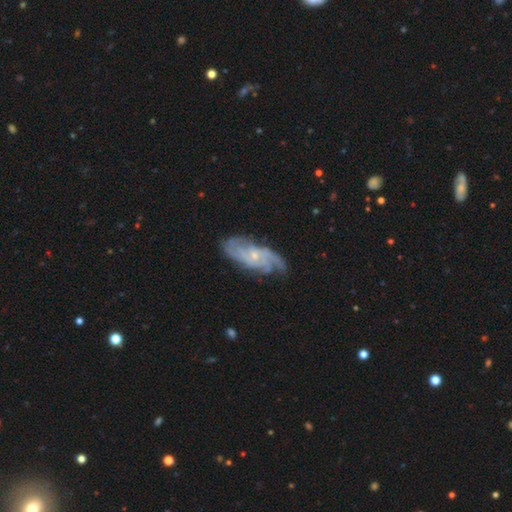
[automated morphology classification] Smooth or featured: featured or disk — 83% (smooth — 11%)
Edge-on disk: no — 92% (yes — 8%)
Bar: no — 68% (weak — 27%)
Spiral arms: yes — 95% (no — 5%)
Spiral winding: tight — 47% (medium — 40%)
Spiral arm count: can't tell — 28% (2 — 26%)
Bulge size: small — 76% (moderate — 19%)
Merging: none — 73% (minor disturbance — 19%)